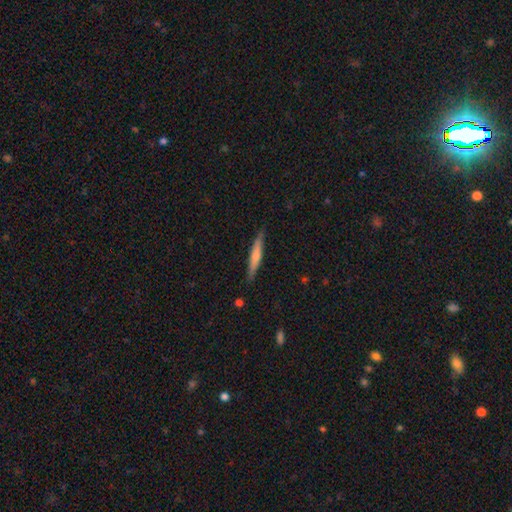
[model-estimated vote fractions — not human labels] Overall: smooth (58%; featured or disk 37%). How rounded: cigar-shaped (93%). Merging: none (86%).